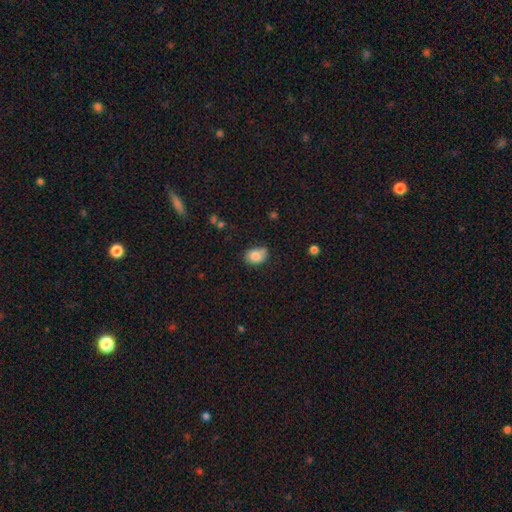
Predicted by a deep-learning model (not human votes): A smooth galaxy with no disk features (83%) that is in between round and cigar-shaped (60%). Merging: none (61%).